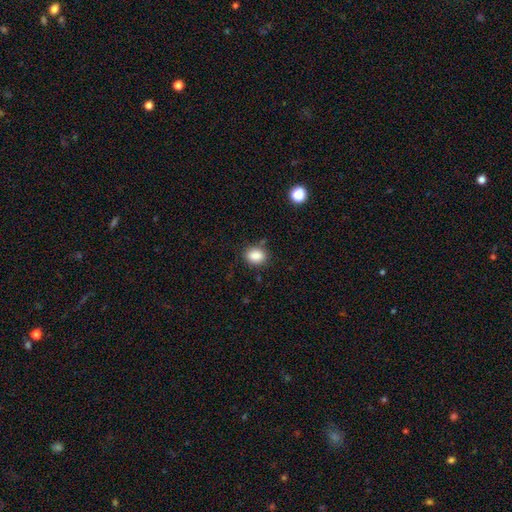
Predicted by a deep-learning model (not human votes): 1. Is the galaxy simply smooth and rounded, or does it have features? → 86% smooth, 9% star or artifact, 4% featured or disk.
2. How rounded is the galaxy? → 56% in between, 43% round, 1% cigar-shaped.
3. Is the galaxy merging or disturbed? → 81% none, 13% minor disturbance, 3% major disturbance, 3% merger.